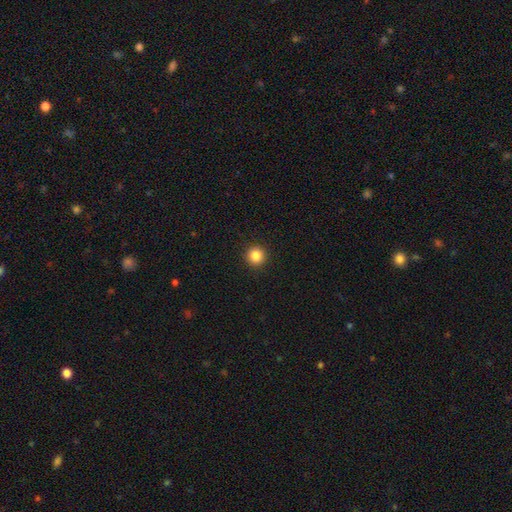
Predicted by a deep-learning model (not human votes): A smooth galaxy with no disk features (85%) that is round (95%).

Vote fractions:
- Smooth or featured? smooth: 85% / star or artifact: 11% / featured or disk: 4%
- How rounded? round: 95% / in between: 4% / cigar-shaped: 1%
- Merging? none: 93% / minor disturbance: 4% / major disturbance: 1% / merger: 1%